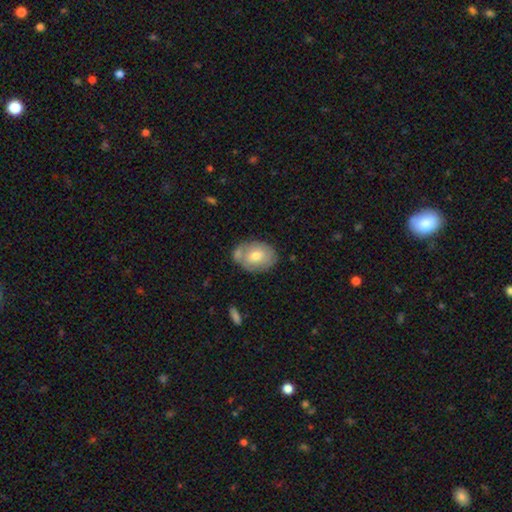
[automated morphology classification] smooth-or-featured: smooth: 64% | featured or disk: 29% | star or artifact: 7%
  how-rounded: in between: 72% | round: 27% | cigar-shaped: 1%
  merging: none: 56% | merger: 20% | minor disturbance: 19% | major disturbance: 5%